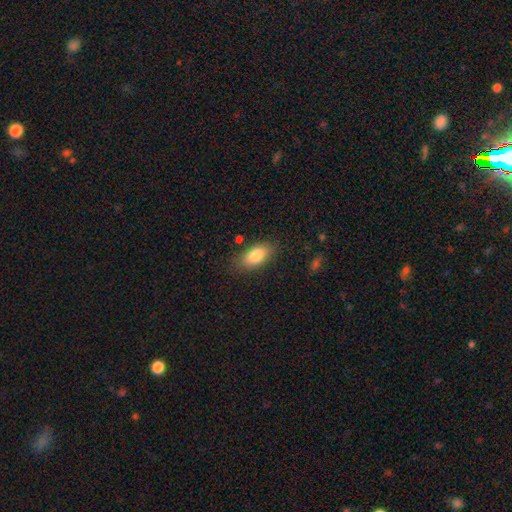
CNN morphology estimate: This is clearly a smooth galaxy (83%). How rounded: clearly in between (91%). Merging: clearly none (81%).